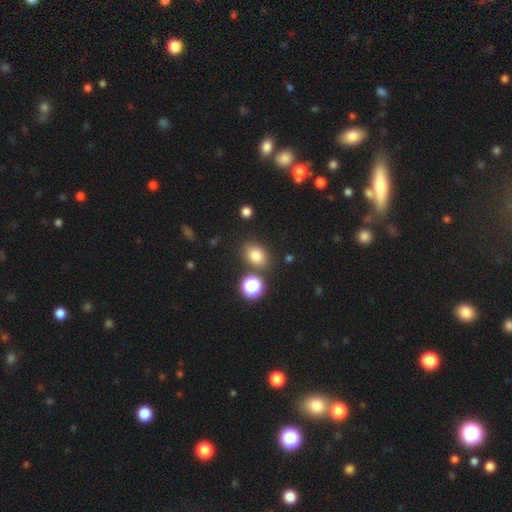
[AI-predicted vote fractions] This appears to be a smooth galaxy with no disk features (80%) that is in between round and cigar-shaped (68%). Merging: none (79%).